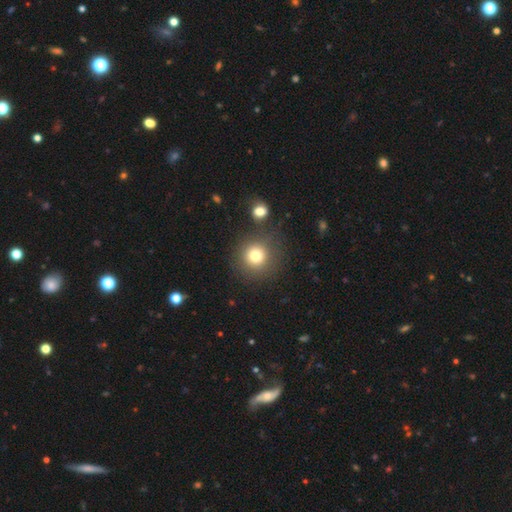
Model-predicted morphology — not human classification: Smooth or featured? smooth (78%)
How rounded? round (93%)
Merging? none (79%)